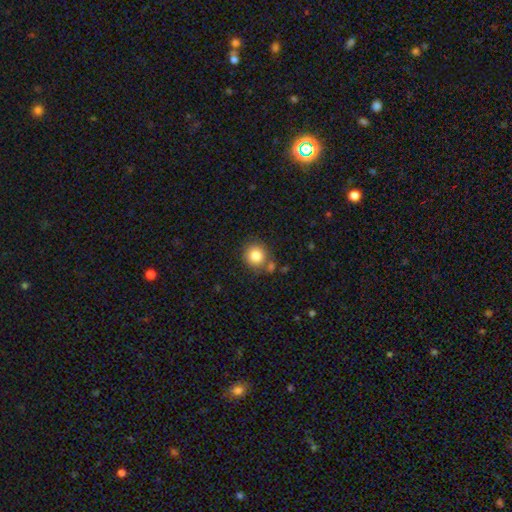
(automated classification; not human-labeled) smooth 84%, star or artifact 10%, featured or disk 7%. Down the decision tree: how rounded — round (90%); merging — none (73%).